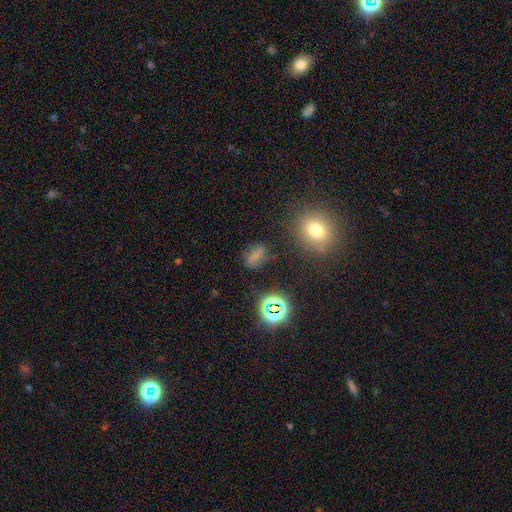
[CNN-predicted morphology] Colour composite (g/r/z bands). It shows a smooth galaxy with no disk features (59%) that is in between round and cigar-shaped (73%). Merging: none (71%).